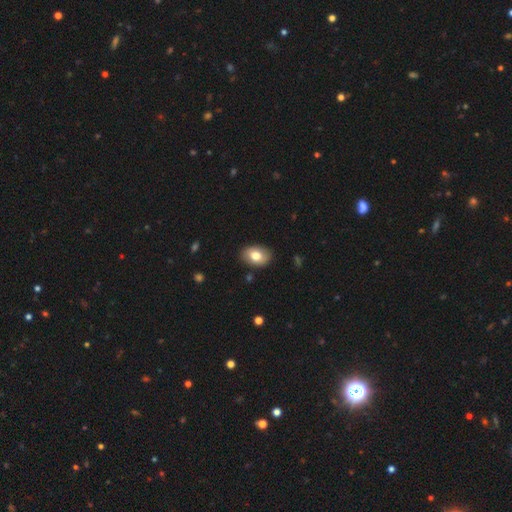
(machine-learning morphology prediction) A smooth galaxy with no disk features (76%) that is in between round and cigar-shaped (81%). Merging: none (87%).